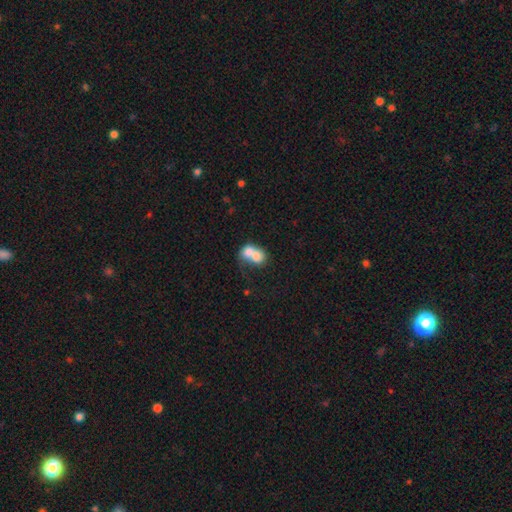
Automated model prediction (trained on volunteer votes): The model was most divided on "how rounded": round: 52%, in between: 47%, cigar-shaped: 1%. More confident: merging — merger (79%); smooth or featured — smooth (68%).